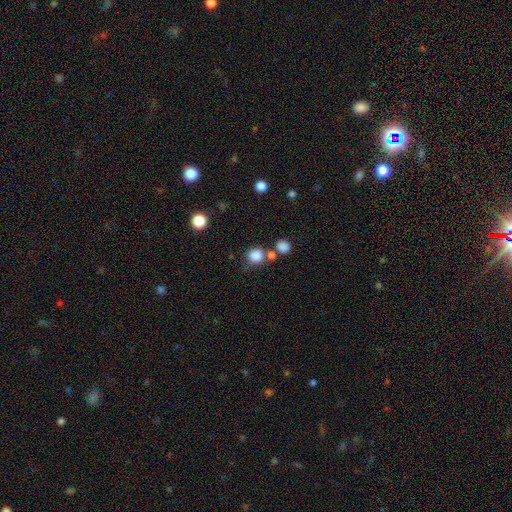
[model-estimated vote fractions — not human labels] Smooth or featured? smooth (83%)
How rounded? round (83%)
Merging? none (61%)